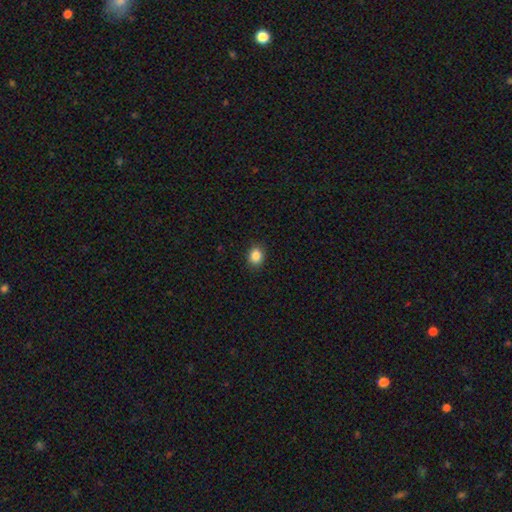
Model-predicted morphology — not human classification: Smooth or featured? Predicted: smooth (p=0.86). How rounded? Predicted: round (p=0.60). Merging? Predicted: none (p=0.90).